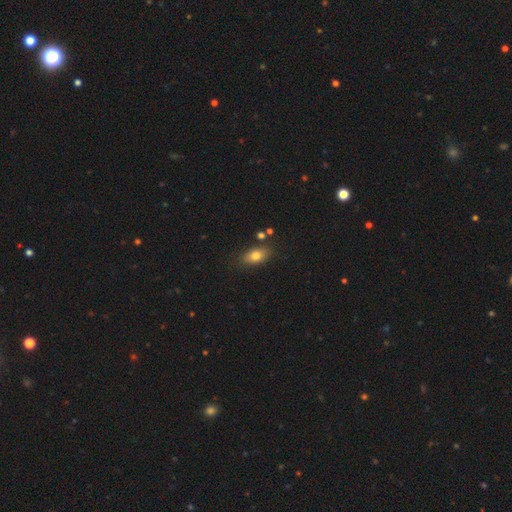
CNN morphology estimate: smooth_or_featured: smooth (p=0.77) [alt: featured or disk p=0.14]
how_rounded: in between (p=0.84) [alt: round p=0.10]
merging: none (p=0.79) [alt: minor disturbance p=0.13]